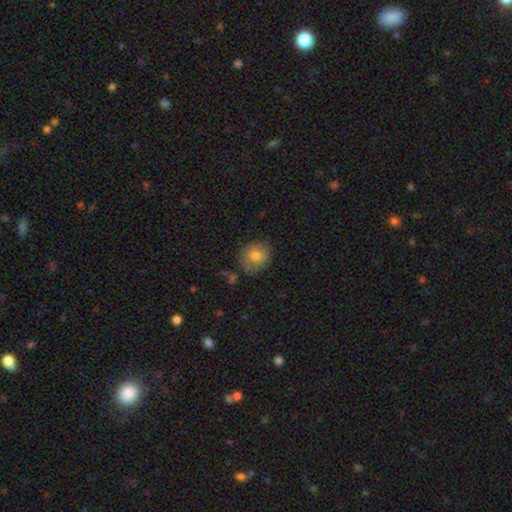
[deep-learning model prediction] Smooth or featured: smooth — 80% (featured or disk — 11%)
How rounded: round — 80% (in between — 19%)
Merging: none — 76% (minor disturbance — 17%)